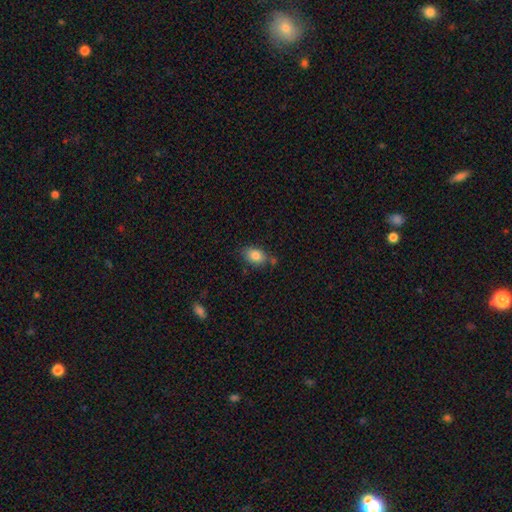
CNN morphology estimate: This is clearly a smooth galaxy (84%). How rounded: clearly in between (82%). Merging: likely none (68%).